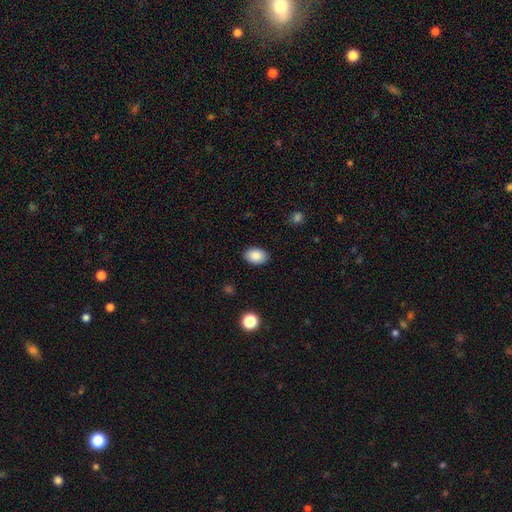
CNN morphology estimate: A smooth galaxy with no disk features (88%) that is in between round and cigar-shaped (84%).

Vote fractions:
- Smooth or featured? smooth: 88% / star or artifact: 8% / featured or disk: 5%
- How rounded? in between: 84% / round: 15% / cigar-shaped: 1%
- Merging? none: 88% / minor disturbance: 9% / major disturbance: 2% / merger: 1%